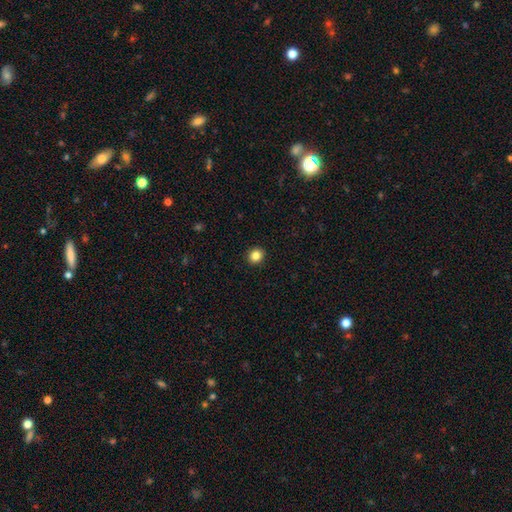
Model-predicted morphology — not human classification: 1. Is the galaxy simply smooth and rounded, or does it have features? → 85% smooth, 10% star or artifact, 4% featured or disk.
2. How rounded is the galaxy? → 80% round, 19% in between, 1% cigar-shaped.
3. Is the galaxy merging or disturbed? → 92% none, 5% minor disturbance, 2% major disturbance, 1% merger.